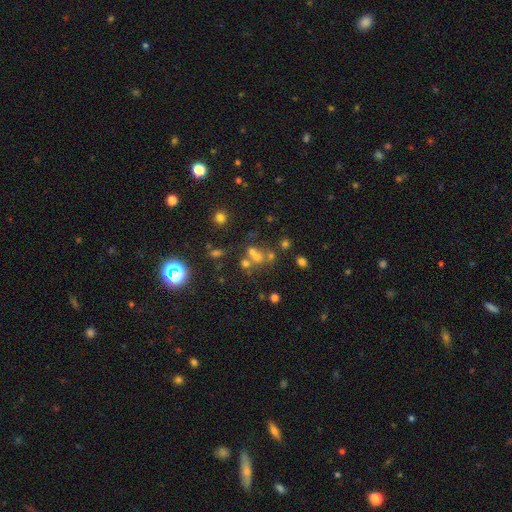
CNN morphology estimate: Smooth or featured? Predicted: smooth (p=0.43). Merging? Predicted: none (p=0.44).